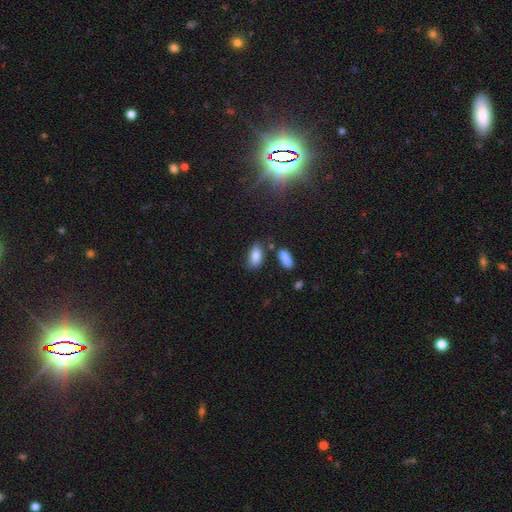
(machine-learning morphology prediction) smooth_or_featured: smooth (p=0.82) [alt: featured or disk p=0.09]
how_rounded: in between (p=0.89) [alt: cigar-shaped p=0.07]
merging: none (p=0.69) [alt: minor disturbance p=0.18]